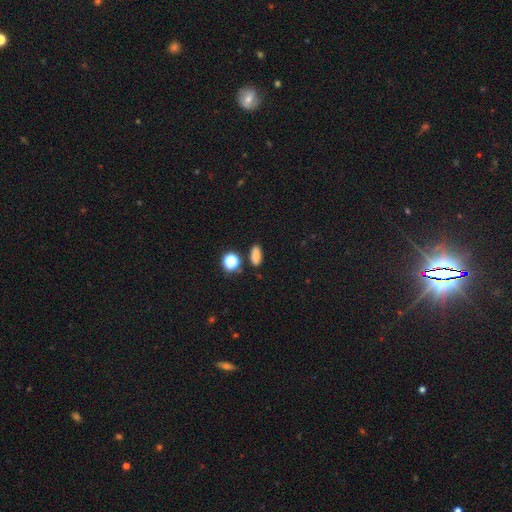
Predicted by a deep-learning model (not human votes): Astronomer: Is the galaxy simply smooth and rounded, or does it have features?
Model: smooth — 81%.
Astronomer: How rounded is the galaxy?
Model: in between — 79%.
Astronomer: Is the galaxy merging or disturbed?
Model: none — 83%.